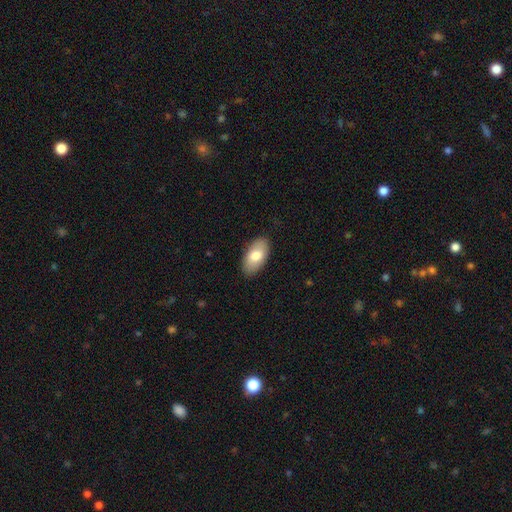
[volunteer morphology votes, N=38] Volunteers were most divided on "smooth or featured": smooth: 68%, featured or disk: 21%, star or artifact: 11%. More confident: how rounded — in between (96%); merging — none (94%).